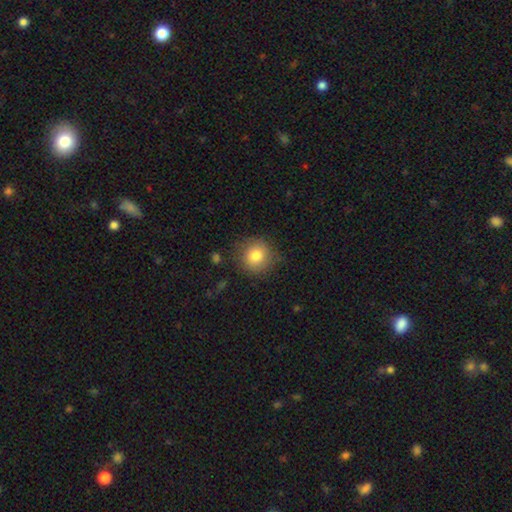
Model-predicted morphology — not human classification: Overall: smooth (81%). How rounded: round (90%). Merging: none (79%).